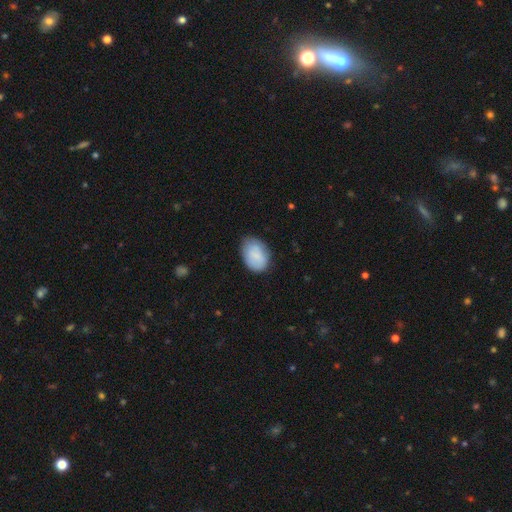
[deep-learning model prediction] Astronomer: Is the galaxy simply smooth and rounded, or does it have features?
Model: smooth — 84%.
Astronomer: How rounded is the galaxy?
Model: in between — 81%.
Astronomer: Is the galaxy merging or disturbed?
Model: none — 74%.